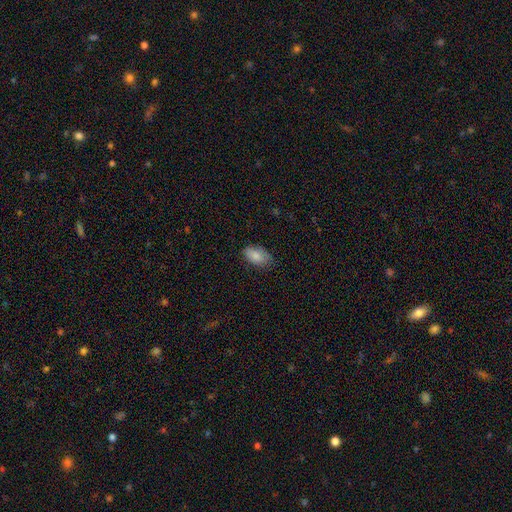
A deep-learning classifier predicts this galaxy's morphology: Smooth or featured? Predicted: smooth (p=0.84). How rounded? Predicted: in between (p=0.92). Merging? Predicted: none (p=0.72).